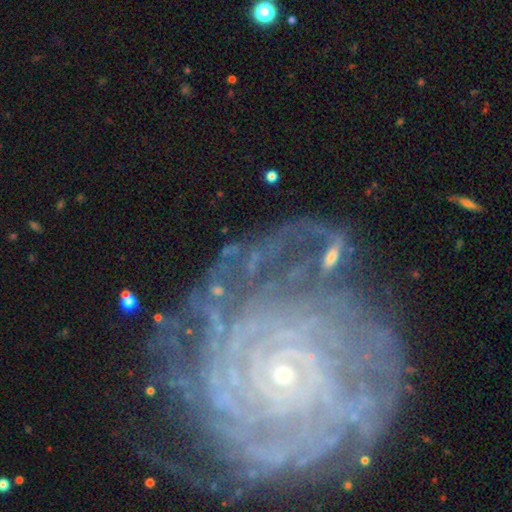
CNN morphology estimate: Overall: featured or disk (84%). Edge-on disk: no (96%). Bar: no (60%; weak 22%). Spiral arms: yes (96%). Spiral arm count: can't tell (25%; more than 4 18%). Spiral winding: tight (79%). Bulge size: small (66%; moderate 26%). Merging: none (63%).